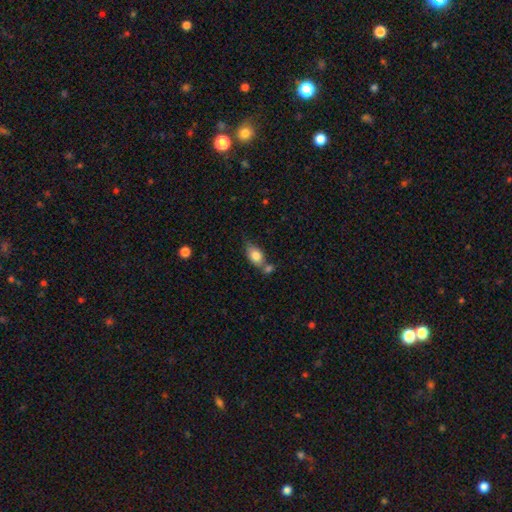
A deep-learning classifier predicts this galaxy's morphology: This appears to be a smooth galaxy with no disk features (79%) that is in between round and cigar-shaped (84%). Merging: none (43%).